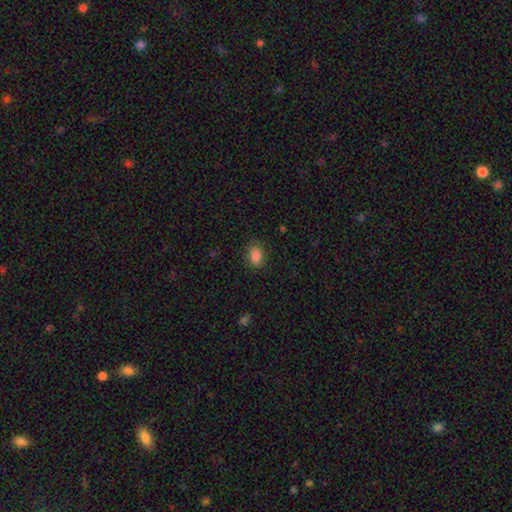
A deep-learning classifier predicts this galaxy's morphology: Overall: smooth (85%). How rounded: in between (76%). Merging: none (84%).